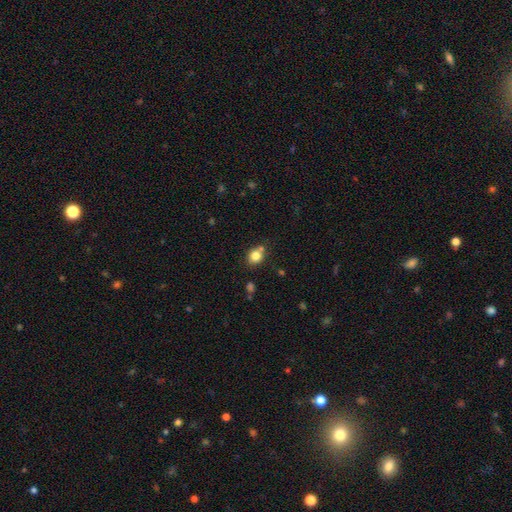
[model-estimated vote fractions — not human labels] A smooth galaxy with no disk features (81%) that is round (68%). Merging: none (68%).